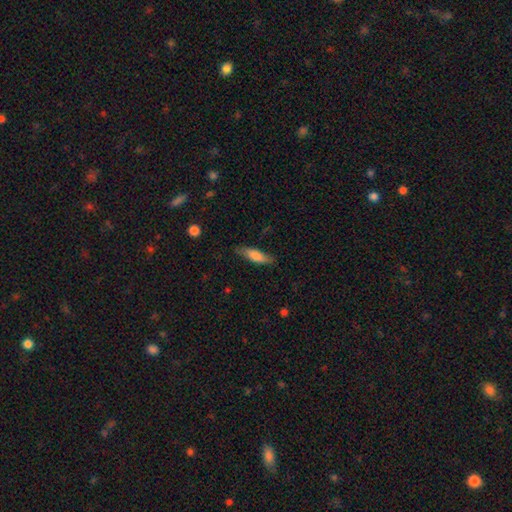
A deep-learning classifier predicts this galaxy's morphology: This appears to be a smooth galaxy with no disk features (74%) that is cigar-shaped (49%, tied with in between). Merging: none (73%).